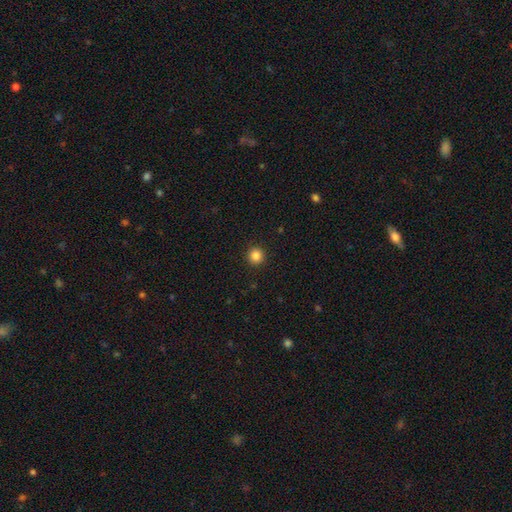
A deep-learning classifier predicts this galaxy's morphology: smooth 85%, star or artifact 11%, featured or disk 4%. Down the decision tree: how rounded — round (95%); merging — none (93%).